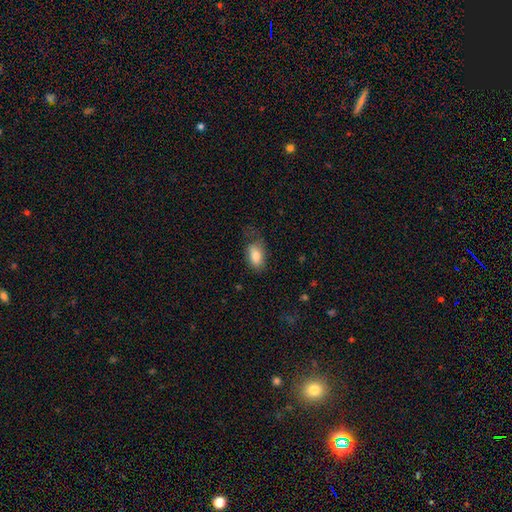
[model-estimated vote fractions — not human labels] The model was most divided on "merging": none: 60%, minor disturbance: 27%, major disturbance: 12%, merger: 2%. More confident: how rounded — in between (92%); smooth or featured — smooth (83%).